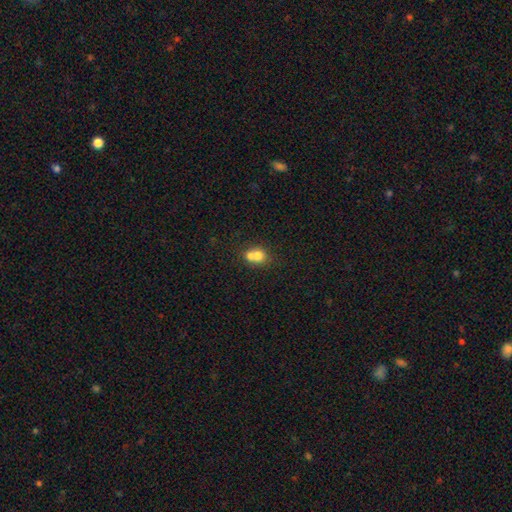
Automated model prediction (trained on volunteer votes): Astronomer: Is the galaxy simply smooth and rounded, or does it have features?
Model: smooth — 70%.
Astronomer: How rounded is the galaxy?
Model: round — 70%.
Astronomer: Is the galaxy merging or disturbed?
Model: merger — 66%.